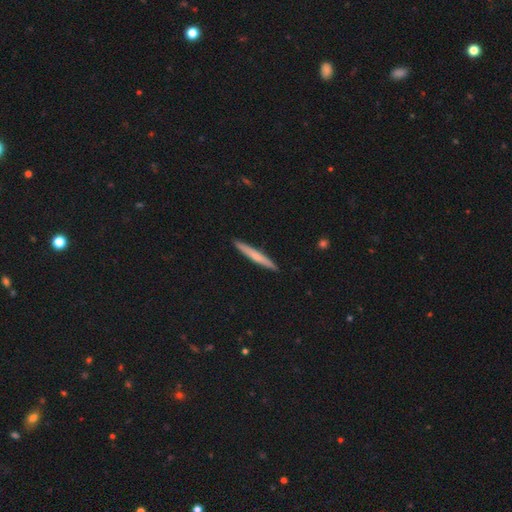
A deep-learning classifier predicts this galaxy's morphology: Smooth or featured? smooth (59%)
How rounded? cigar-shaped (96%)
Merging? none (92%)